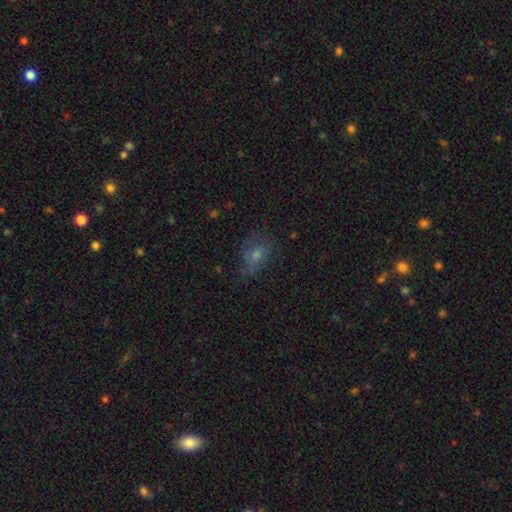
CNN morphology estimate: Smooth or featured? Predicted: smooth (p=0.54). How rounded? Predicted: in between (p=0.69). Merging? Predicted: none (p=0.56).